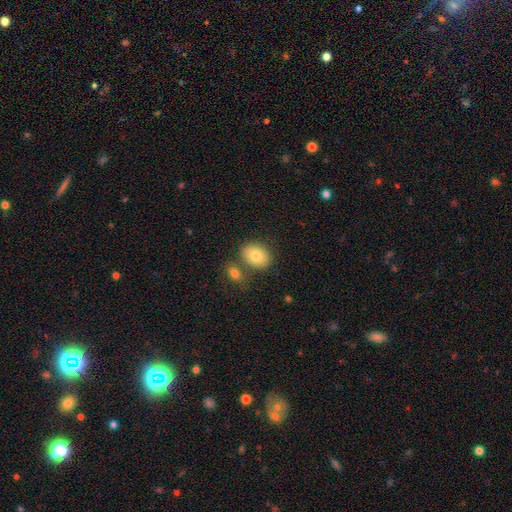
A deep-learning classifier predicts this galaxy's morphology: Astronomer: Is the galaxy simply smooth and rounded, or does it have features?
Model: smooth — 82%.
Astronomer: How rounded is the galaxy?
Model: in between — 77%.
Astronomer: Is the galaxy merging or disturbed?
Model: none — 69%.